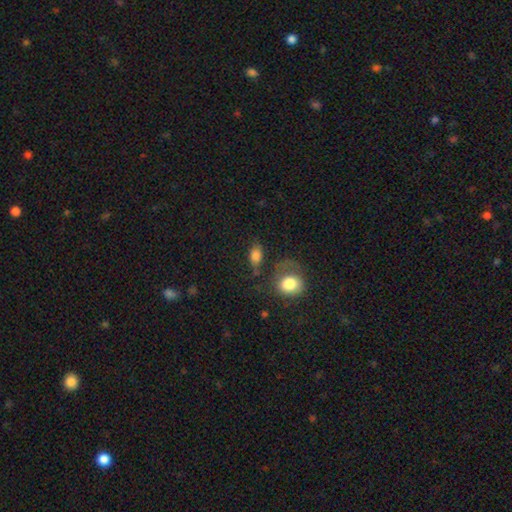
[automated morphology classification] Smooth or featured?
  - smooth: 79% *
  - featured or disk: 11%
  - star or artifact: 10%
How rounded?
  - in between: 79% *
  - round: 18%
  - cigar-shaped: 3%
Merging?
  - none: 55% *
  - minor disturbance: 21%
  - major disturbance: 14%
  - merger: 10%